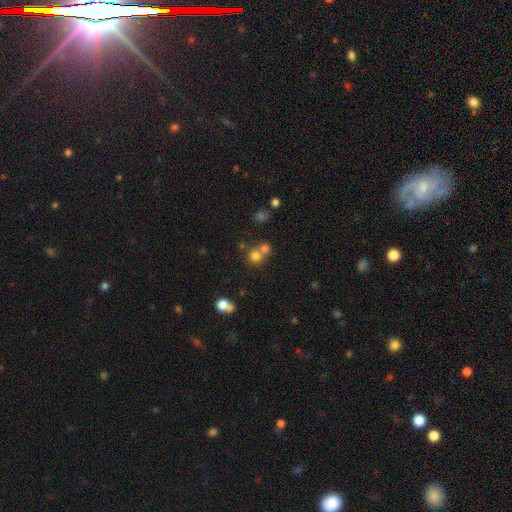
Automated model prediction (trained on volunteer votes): A smooth galaxy with no disk features (74%) that is round (88%).

Vote fractions:
- Smooth or featured? smooth: 74% / star or artifact: 16% / featured or disk: 10%
- How rounded? round: 88% / in between: 11% / cigar-shaped: 1%
- Merging? none: 51% / merger: 39% / minor disturbance: 6% / major disturbance: 3%